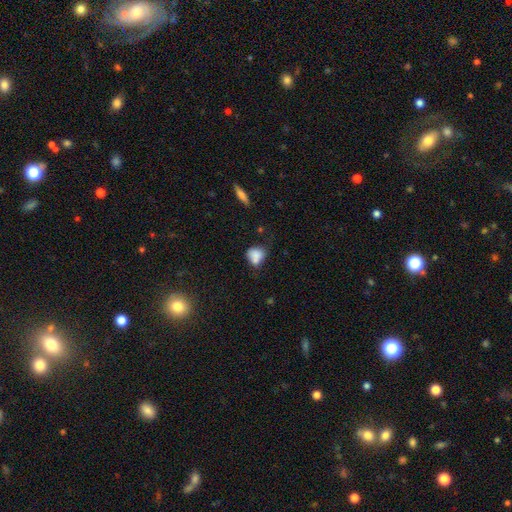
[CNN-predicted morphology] Smooth or featured?
  - smooth: 78% *
  - featured or disk: 11%
  - star or artifact: 10%
How rounded?
  - round: 53% *
  - in between: 45%
  - cigar-shaped: 1%
Merging?
  - none: 38% *
  - minor disturbance: 27%
  - merger: 25%
  - major disturbance: 11%